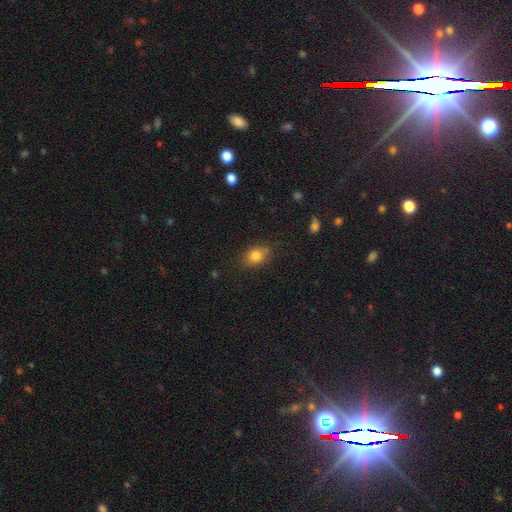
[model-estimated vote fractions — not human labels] Smooth or featured: smooth — 81% (star or artifact — 10%)
How rounded: in between — 68% (round — 29%)
Merging: none — 74% (minor disturbance — 19%)